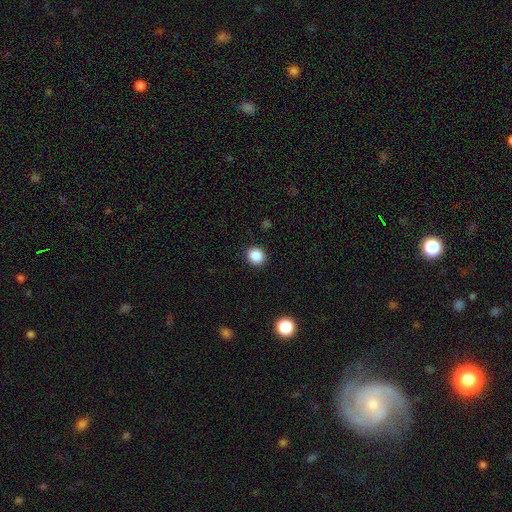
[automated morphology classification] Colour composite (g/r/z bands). It shows a smooth galaxy with no disk features (88%) that is round (89%). Merging: none (91%).